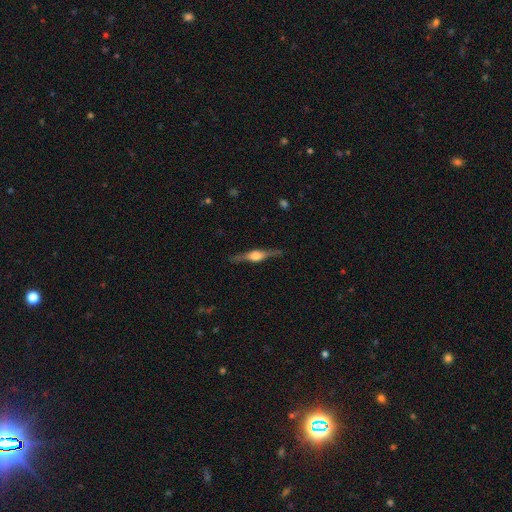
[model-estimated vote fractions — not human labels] A featured or disk galaxy (81%) viewed edge-on (98%) with a rounded central bulge (91%). Merging: none (89%).